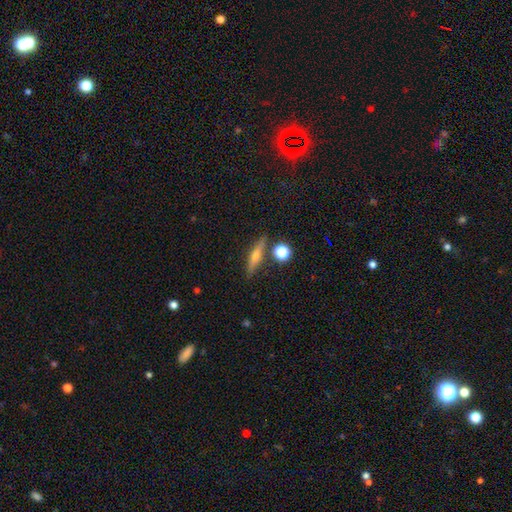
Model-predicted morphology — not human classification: Smooth or featured?
  - featured or disk: 52% *
  - smooth: 37%
  - star or artifact: 11%
Edge-on disk?
  - yes: 93% *
  - no: 7%
Merging?
  - none: 81% *
  - minor disturbance: 10%
  - merger: 6%
  - major disturbance: 3%